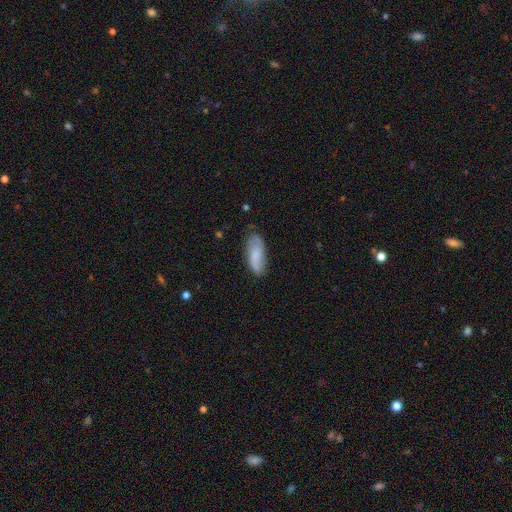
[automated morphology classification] Smooth or featured? Predicted: smooth (p=0.68). How rounded? Predicted: in between (p=0.75). Merging? Predicted: none (p=0.69).